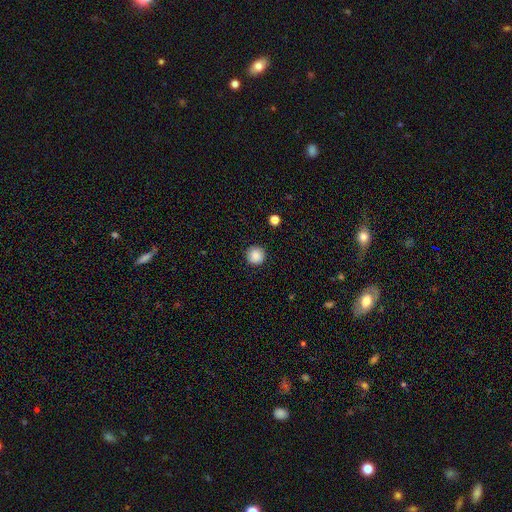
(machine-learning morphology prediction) smooth_or_featured: smooth (p=0.87) [alt: star or artifact p=0.09]
how_rounded: round (p=0.96) [alt: in between p=0.03]
merging: none (p=0.91) [alt: minor disturbance p=0.06]